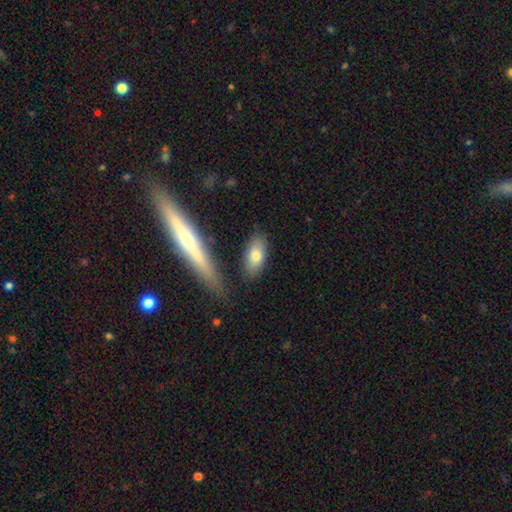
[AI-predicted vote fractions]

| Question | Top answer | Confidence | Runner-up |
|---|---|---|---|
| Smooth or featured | smooth | 75% | featured or disk (18%) |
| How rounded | in between | 84% | cigar-shaped (13%) |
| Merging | none | 79% | minor disturbance (12%) |